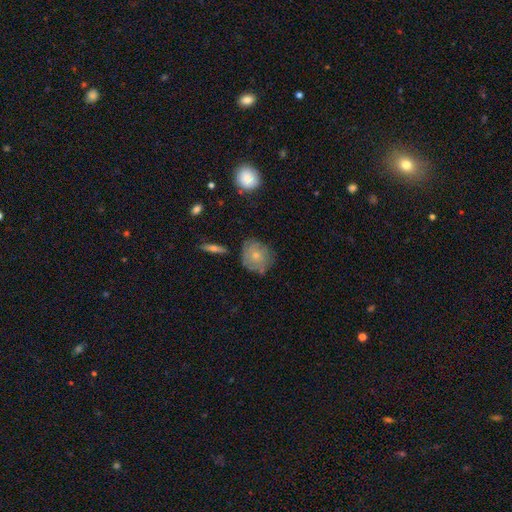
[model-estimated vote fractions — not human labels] Smooth or featured? Predicted: smooth (p=0.52). How rounded? Predicted: round (p=0.75). Merging? Predicted: none (p=0.71).